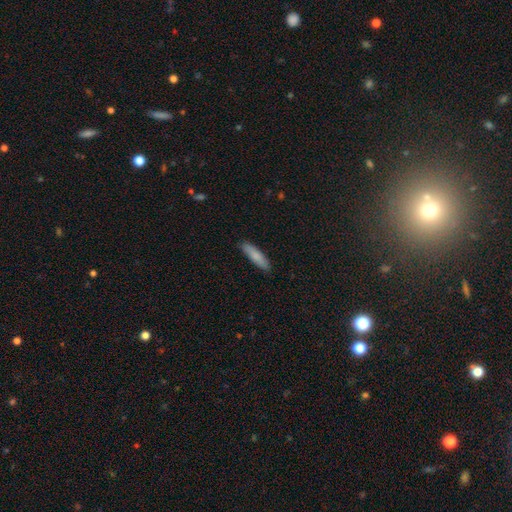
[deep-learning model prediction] smooth 82%, featured or disk 12%, star or artifact 6%. Down the decision tree: how rounded — cigar-shaped (76%); merging — none (88%).